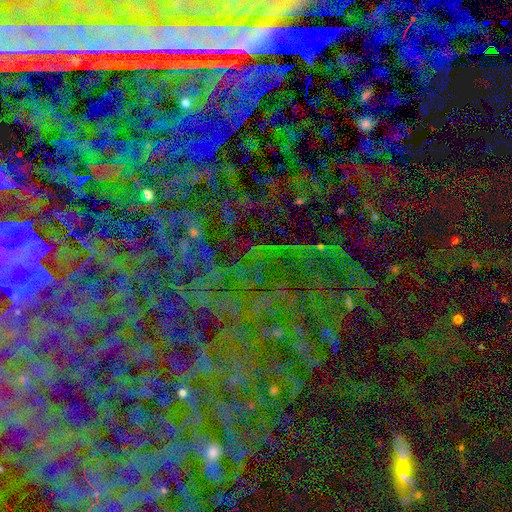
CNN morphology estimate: This appears to be a star or artifact, not a galaxy (81%).